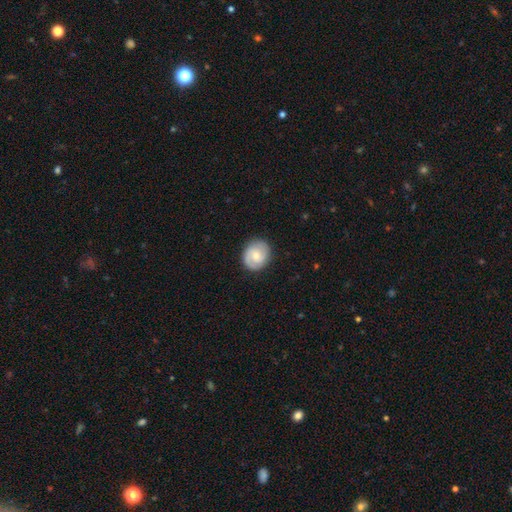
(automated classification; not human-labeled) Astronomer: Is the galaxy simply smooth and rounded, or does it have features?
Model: featured or disk — 60%.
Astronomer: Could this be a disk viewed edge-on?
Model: no — 97%.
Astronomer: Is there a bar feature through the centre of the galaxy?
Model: no — 56% (runner-up: weak, 38%).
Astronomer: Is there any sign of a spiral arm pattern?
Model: yes — 88%.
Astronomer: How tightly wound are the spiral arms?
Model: tight — 46% (runner-up: medium, 40%).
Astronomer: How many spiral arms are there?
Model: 2 — 77%.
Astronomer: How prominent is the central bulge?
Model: moderate — 48% (runner-up: small, 47%).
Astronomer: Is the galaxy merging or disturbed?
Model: none — 84%.